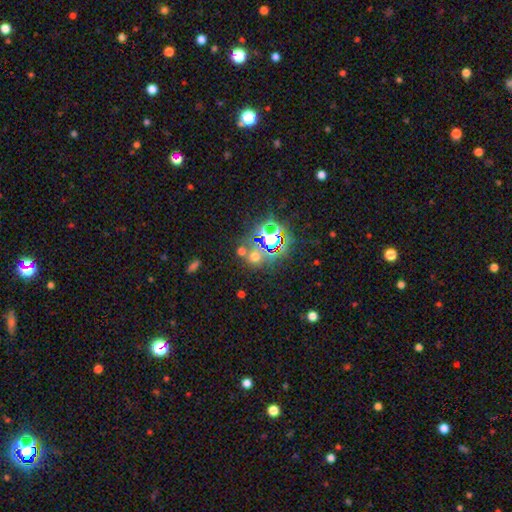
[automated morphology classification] Overall: star or artifact (69%).